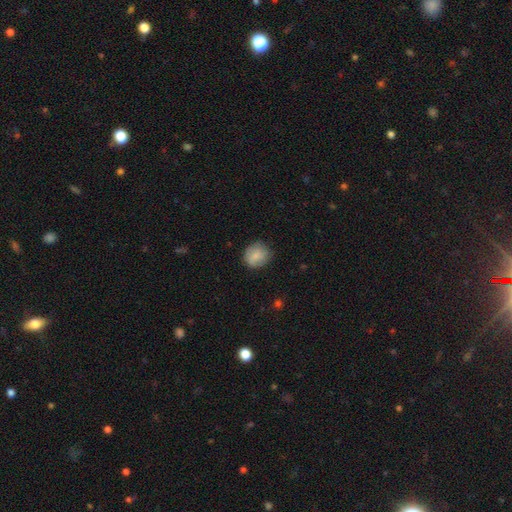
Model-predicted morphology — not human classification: A smooth galaxy with no disk features (82%) that is round (80%). Merging: none (78%).